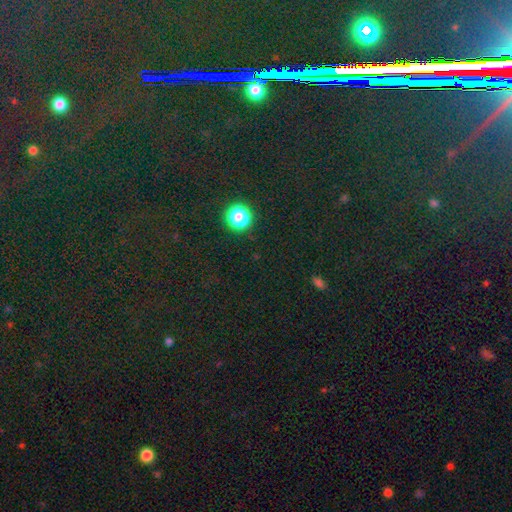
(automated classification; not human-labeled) A star or artifact, not a galaxy (74%).